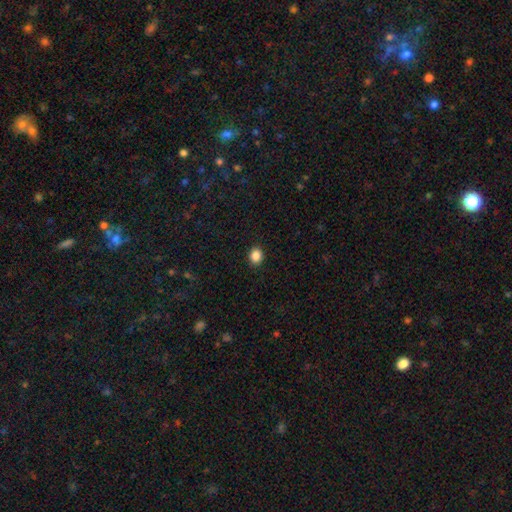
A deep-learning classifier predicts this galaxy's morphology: Smooth or featured?
  - smooth: 87% *
  - star or artifact: 10%
  - featured or disk: 3%
How rounded?
  - round: 58% *
  - in between: 42%
  - cigar-shaped: 1%
Merging?
  - none: 91% *
  - minor disturbance: 6%
  - major disturbance: 2%
  - merger: 1%